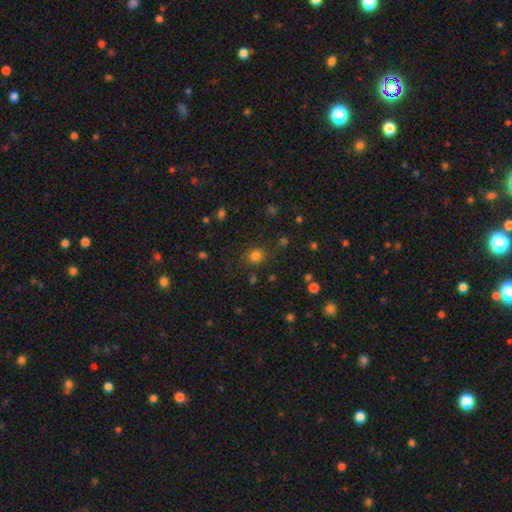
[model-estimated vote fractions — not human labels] Smooth or featured? smooth (79%)
How rounded? round (84%)
Merging? none (82%)